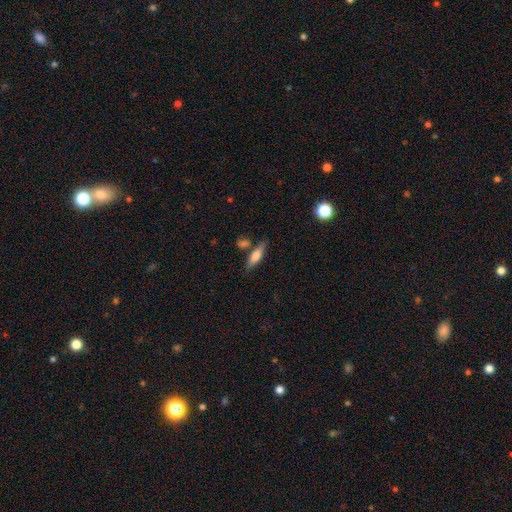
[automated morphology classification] smooth 62%, featured or disk 31%, star or artifact 7%. Down the decision tree: how rounded — cigar-shaped (65%); merging — none (73%).